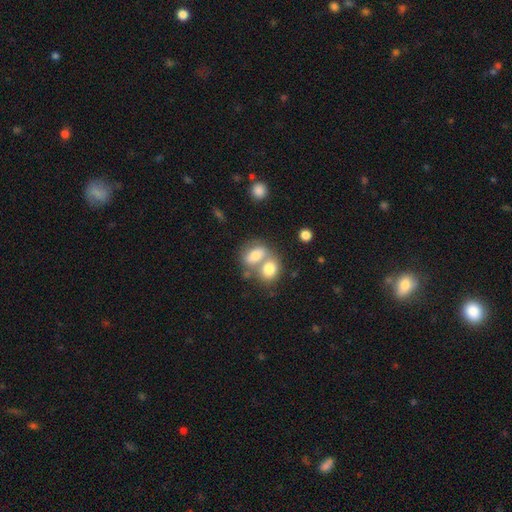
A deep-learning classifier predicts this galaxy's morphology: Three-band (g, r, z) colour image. It shows a smooth galaxy with no disk features (74%) that is in between round and cigar-shaped (71%). Merging: merger (63%).